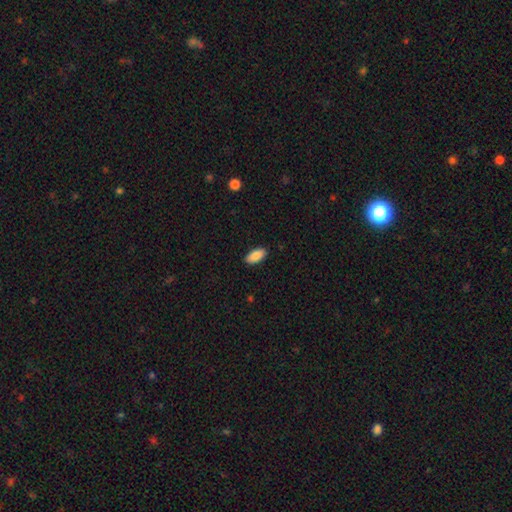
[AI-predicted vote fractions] Overall: smooth (88%). How rounded: in between (90%). Merging: none (89%).